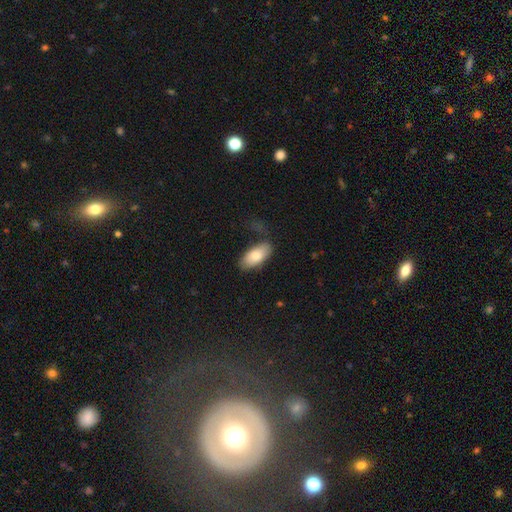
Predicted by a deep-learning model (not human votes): A smooth galaxy with no disk features (81%) that is in between round and cigar-shaped (91%). Merging: none (67%).